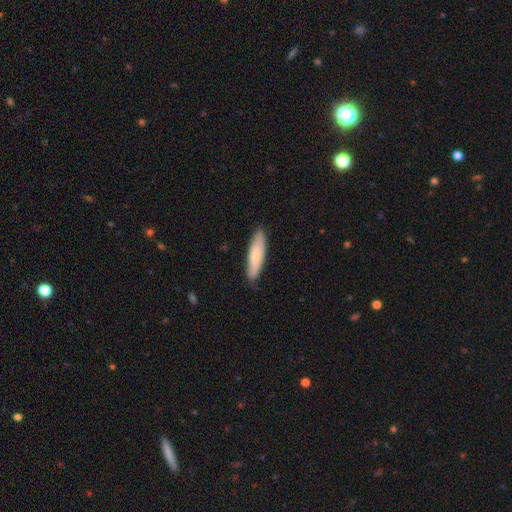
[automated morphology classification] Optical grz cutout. It shows a smooth galaxy with no disk features (76%) that is cigar-shaped (73%). Merging: none (86%).